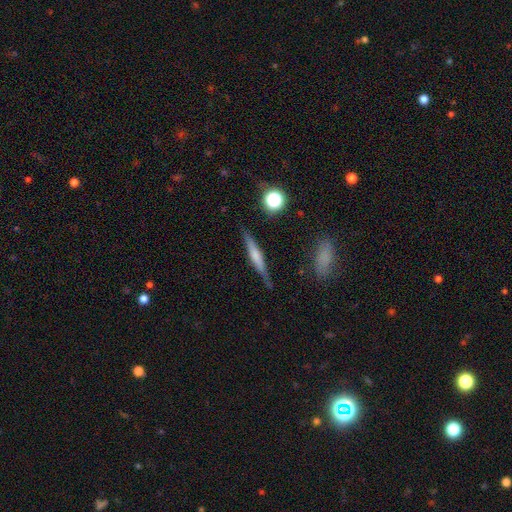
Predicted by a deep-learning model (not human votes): Smooth or featured: featured or disk — 48% (smooth — 44%)
Merging: none — 82% (minor disturbance — 13%)